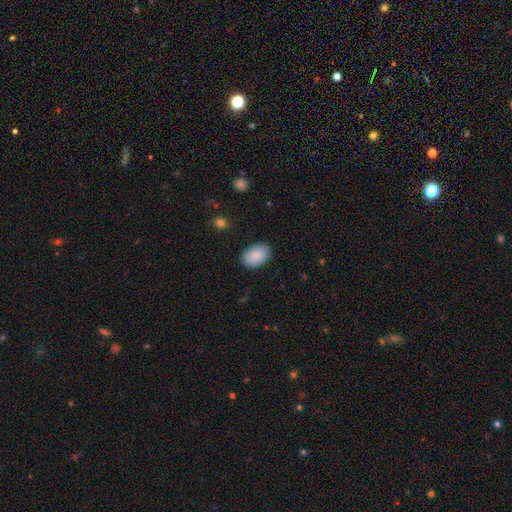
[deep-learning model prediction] smooth-or-featured: smooth: 90% | star or artifact: 6% | featured or disk: 4%
  how-rounded: in between: 89% | round: 10% | cigar-shaped: 1%
  merging: none: 87% | minor disturbance: 10% | major disturbance: 2% | merger: 1%